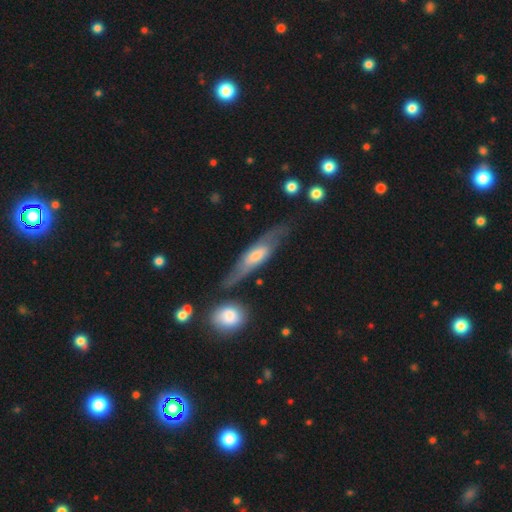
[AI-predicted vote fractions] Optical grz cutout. It shows a featured or disk galaxy (68%). Merging: none (69%).